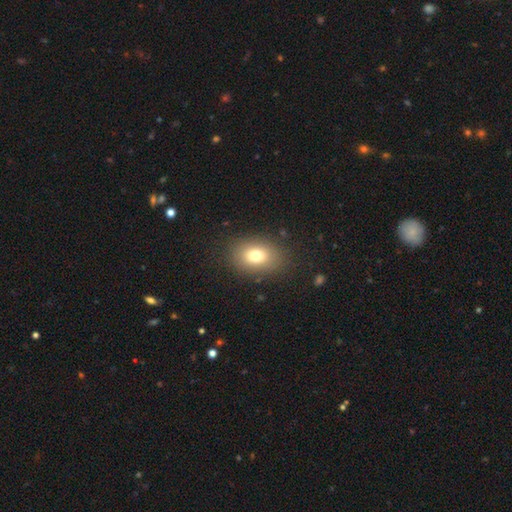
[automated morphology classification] Overall: smooth (76%). How rounded: in between (69%; round 30%). Merging: none (85%).